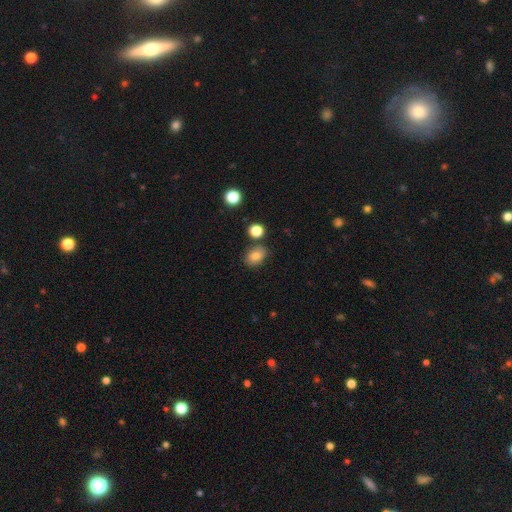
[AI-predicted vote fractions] Smooth or featured? Predicted: smooth (p=0.81). How rounded? Predicted: in between (p=0.68). Merging? Predicted: none (p=0.78).